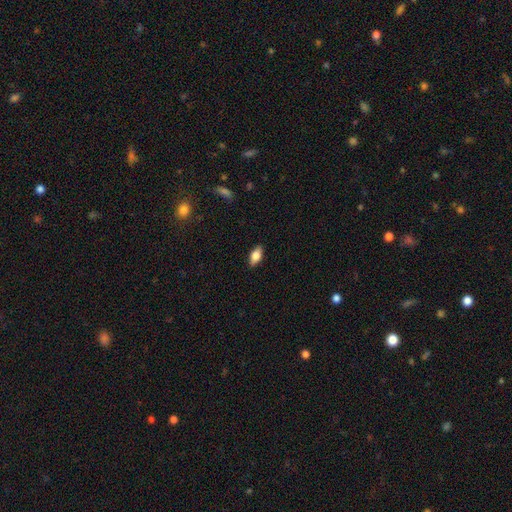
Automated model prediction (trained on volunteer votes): Overall: smooth (79%). How rounded: in between (88%). Merging: none (88%).